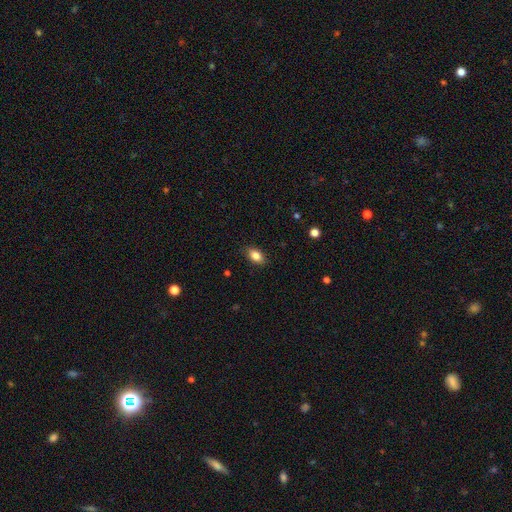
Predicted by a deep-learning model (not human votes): Smooth or featured: smooth — 85% (star or artifact — 8%)
How rounded: in between — 87% (round — 10%)
Merging: none — 87% (minor disturbance — 10%)